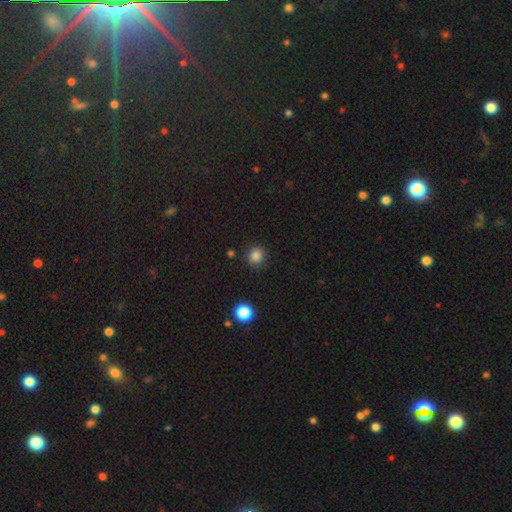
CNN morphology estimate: Smooth or featured? Predicted: smooth (p=0.85). How rounded? Predicted: round (p=0.86). Merging? Predicted: none (p=0.88).